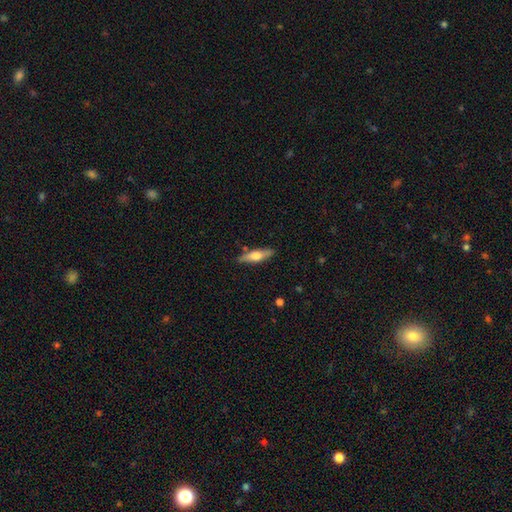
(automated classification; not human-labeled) Smooth or featured? smooth (50%)
Merging? none (85%)